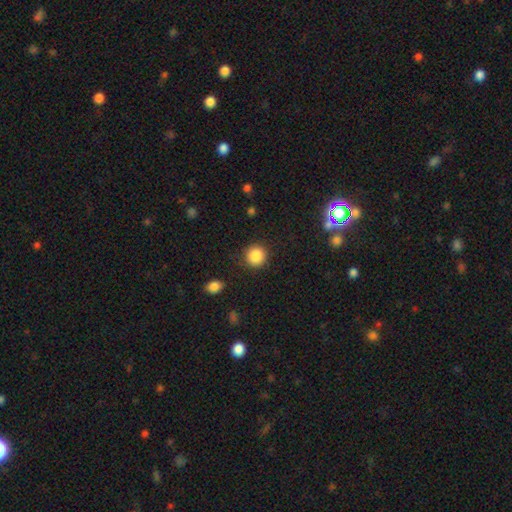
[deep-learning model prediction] A smooth galaxy with no disk features (87%) that is round (92%).

Vote fractions:
- Smooth or featured? smooth: 87% / star or artifact: 9% / featured or disk: 4%
- How rounded? round: 92% / in between: 7% / cigar-shaped: 1%
- Merging? none: 88% / minor disturbance: 8% / major disturbance: 3% / merger: 2%